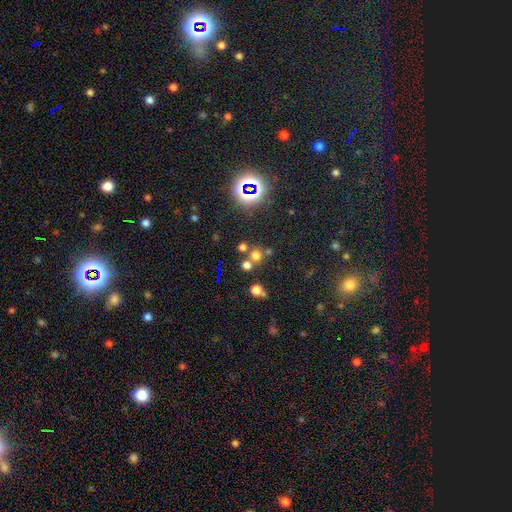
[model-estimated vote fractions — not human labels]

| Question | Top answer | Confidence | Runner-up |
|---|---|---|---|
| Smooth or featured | smooth | 55% | star or artifact (36%) |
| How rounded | round | 88% | in between (11%) |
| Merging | none | 66% | merger (23%) |